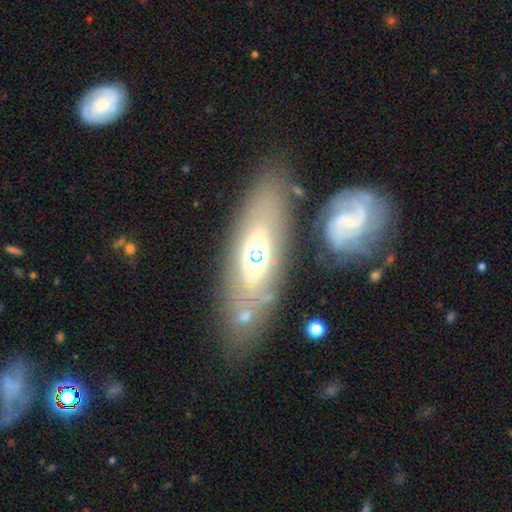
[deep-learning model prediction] featured or disk 60%, smooth 32%, star or artifact 7%. Down the decision tree: edge-on disk — no (80%); merging — none (63%).